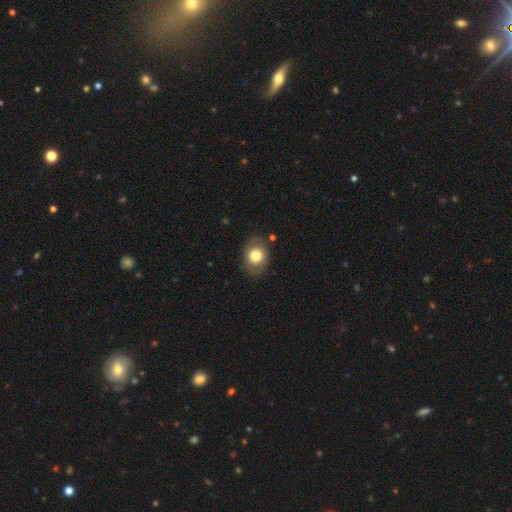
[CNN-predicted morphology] Smooth or featured? smooth (74%)
How rounded? in between (55%)
Merging? none (81%)